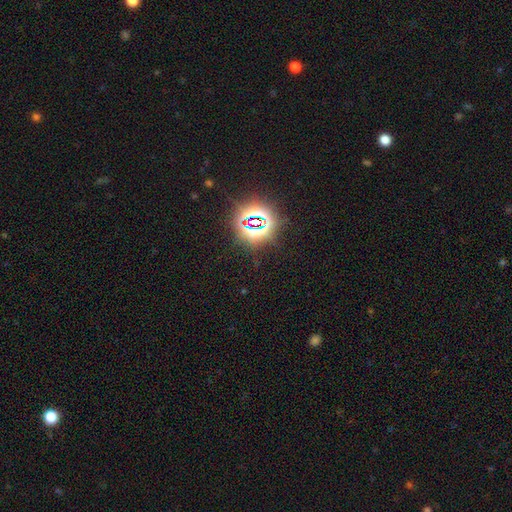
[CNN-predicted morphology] smooth-or-featured: star or artifact: 78% | smooth: 14% | featured or disk: 8%